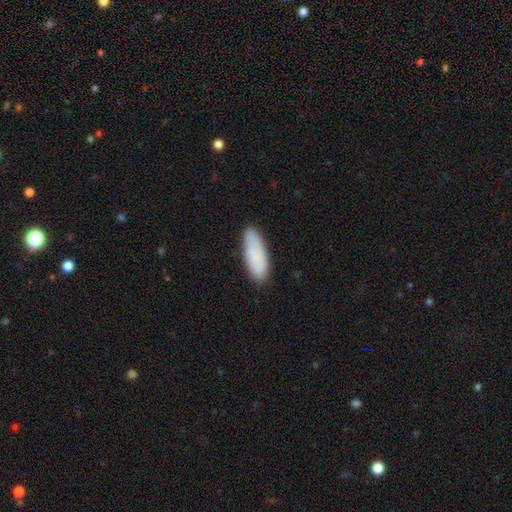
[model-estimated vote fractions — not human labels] Morphology: type=smooth (82%); roundness=in between (67%); merging=none (83%).